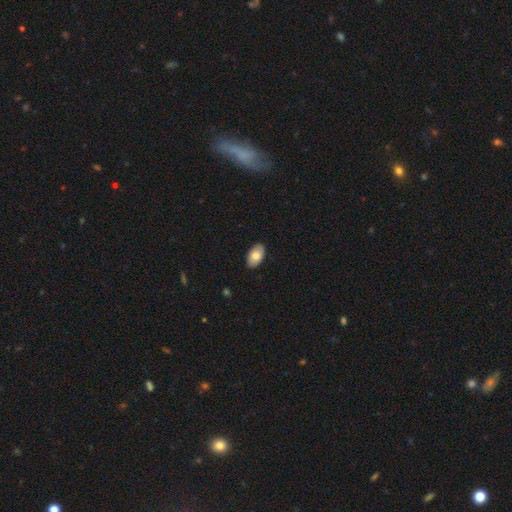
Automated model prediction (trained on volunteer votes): This appears to be a smooth galaxy with no disk features (79%) that is in between round and cigar-shaped (94%). Merging: none (88%).